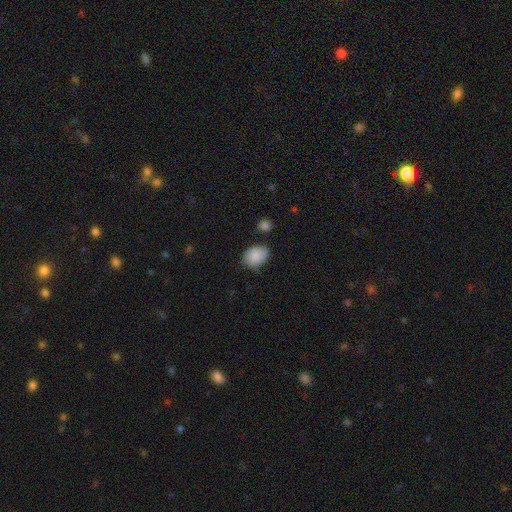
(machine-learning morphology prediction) Smooth or featured?
  - smooth: 87% *
  - star or artifact: 7%
  - featured or disk: 5%
How rounded?
  - in between: 73% *
  - round: 26%
  - cigar-shaped: 1%
Merging?
  - none: 69% *
  - minor disturbance: 22%
  - major disturbance: 5%
  - merger: 4%